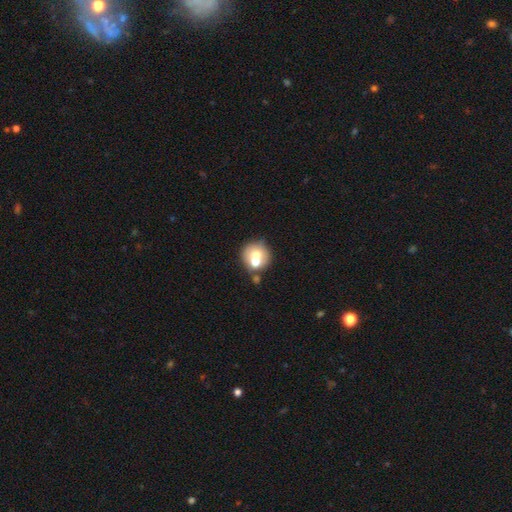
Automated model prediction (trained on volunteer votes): This is likely a smooth galaxy (63%). How rounded: clearly round (87%). Merging: possibly none (50%).